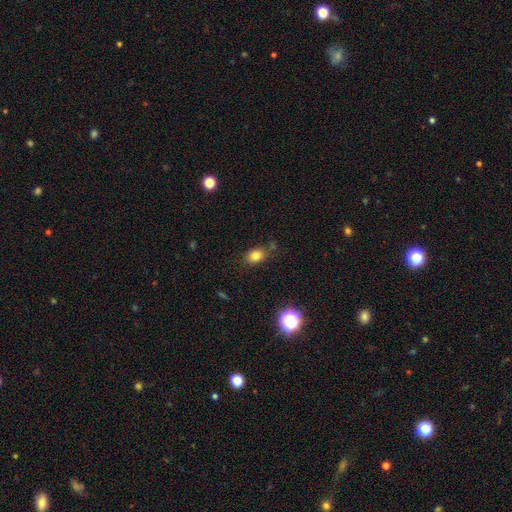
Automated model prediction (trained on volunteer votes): Smooth or featured?
  - smooth: 79% *
  - star or artifact: 13%
  - featured or disk: 8%
How rounded?
  - in between: 71% *
  - round: 27%
  - cigar-shaped: 2%
Merging?
  - none: 73% *
  - minor disturbance: 16%
  - merger: 6%
  - major disturbance: 4%